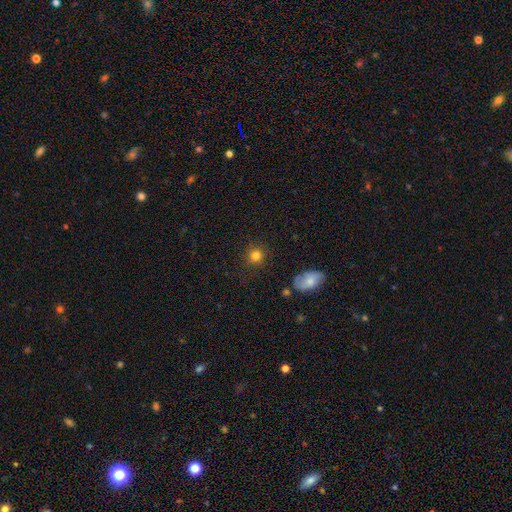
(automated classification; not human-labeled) Smooth or featured: smooth — 82% (star or artifact — 12%)
How rounded: round — 89% (in between — 10%)
Merging: none — 85% (minor disturbance — 10%)